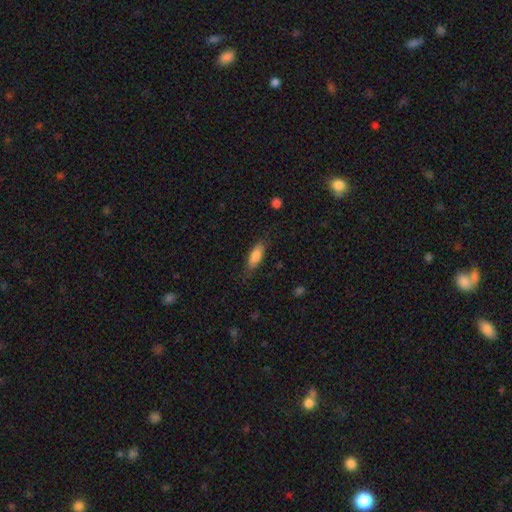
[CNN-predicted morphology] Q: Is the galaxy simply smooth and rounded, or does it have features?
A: smooth — 82%.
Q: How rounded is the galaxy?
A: in between — 65%.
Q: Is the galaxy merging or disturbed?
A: none — 77%.